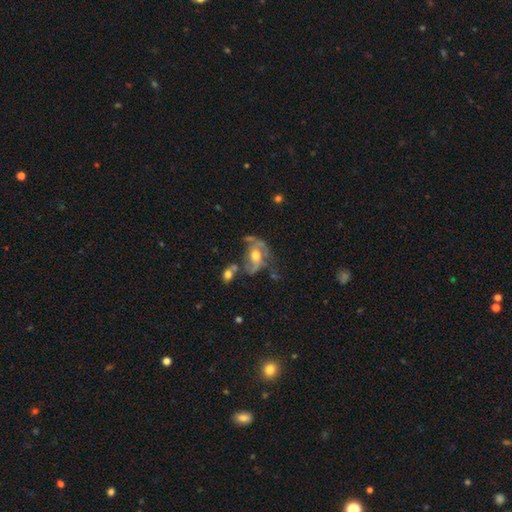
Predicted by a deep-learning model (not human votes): Smooth or featured: featured or disk — 71% (smooth — 20%)
Edge-on disk: no — 96% (yes — 4%)
Bar: no — 59% (weak — 30%)
Spiral arms: yes — 72% (no — 28%)
Bulge size: moderate — 71% (small — 14%)
Merging: none — 34% (major disturbance — 27%)